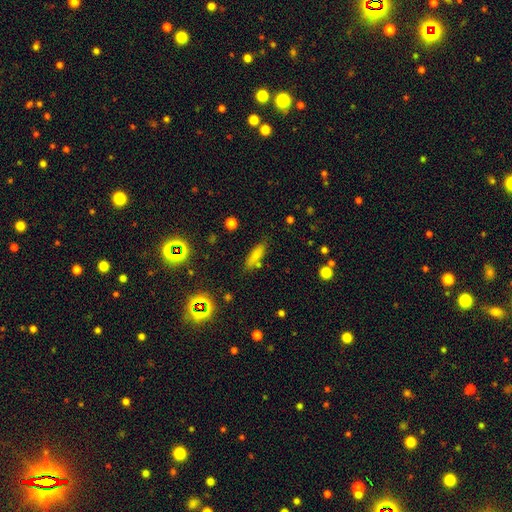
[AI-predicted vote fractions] The model was most divided on "how rounded": cigar-shaped: 50%, in between: 47%, round: 3%. More confident: merging — none (75%); smooth or featured — smooth (74%).